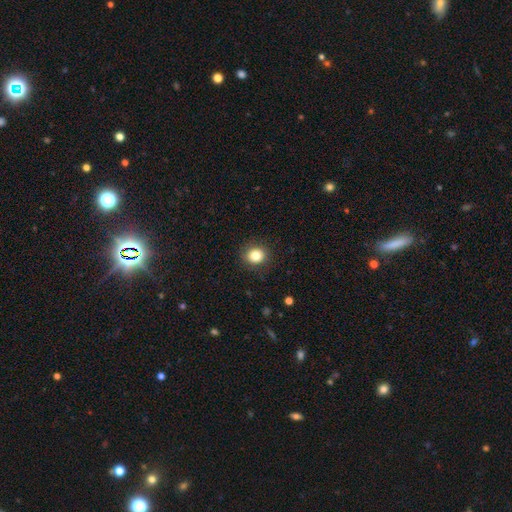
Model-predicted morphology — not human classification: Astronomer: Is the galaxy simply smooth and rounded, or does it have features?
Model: smooth — 83%.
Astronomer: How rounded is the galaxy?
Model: round — 80%.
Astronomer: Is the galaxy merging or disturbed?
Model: none — 88%.